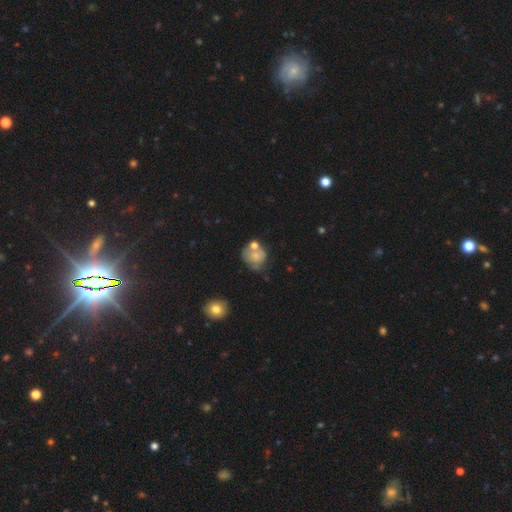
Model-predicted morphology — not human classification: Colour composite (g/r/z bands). It shows a smooth galaxy with no disk features (60%) that is round (75%). Merging: none (42%).